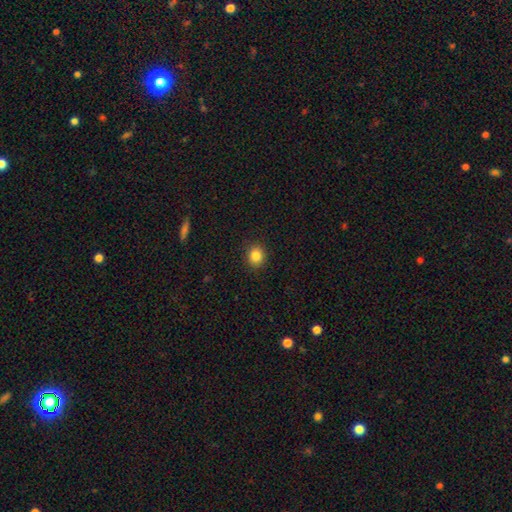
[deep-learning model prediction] Overall: smooth (84%). How rounded: round (73%). Merging: none (90%).